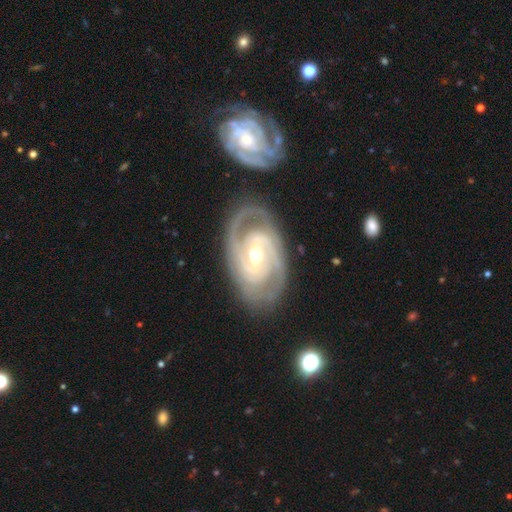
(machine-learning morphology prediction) type=featured or disk (90%); edge-on=no (96%); bar=weak (45%); spiral arms=yes (97%); winding=tight (61%); arm count=2 (57%); bulge=moderate (54%); merging=none (77%).